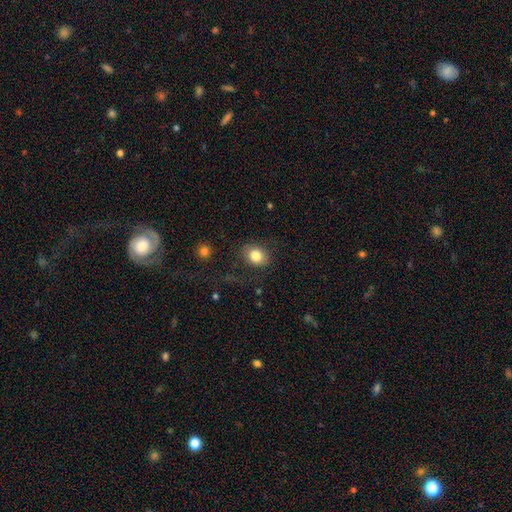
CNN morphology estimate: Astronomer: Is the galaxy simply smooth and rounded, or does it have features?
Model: smooth — 82%.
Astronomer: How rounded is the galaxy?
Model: in between — 52% (runner-up: round, 47%).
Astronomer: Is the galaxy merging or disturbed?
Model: none — 80%.